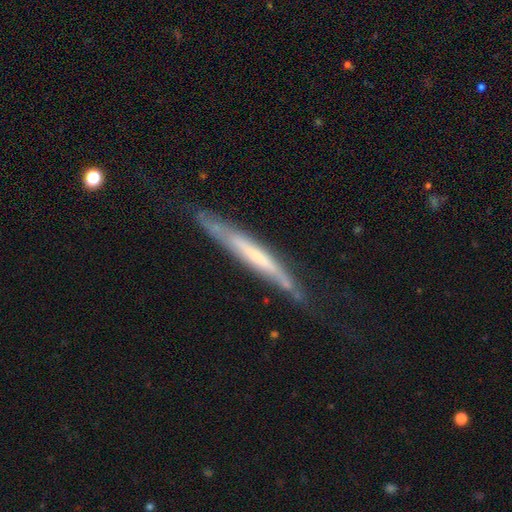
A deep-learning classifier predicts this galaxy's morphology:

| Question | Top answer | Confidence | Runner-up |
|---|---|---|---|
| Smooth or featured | featured or disk | 58% | smooth (35%) |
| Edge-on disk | yes | 87% | no (13%) |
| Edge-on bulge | none | 71% | rounded (17%) |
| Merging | none | 70% | minor disturbance (22%) |